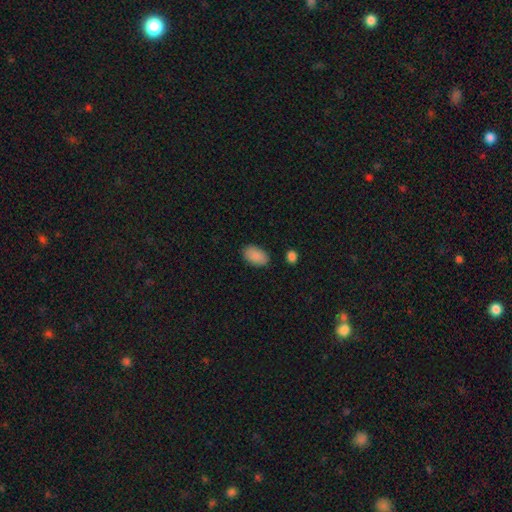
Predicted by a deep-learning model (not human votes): Morphology: type=smooth (90%); roundness=in between (93%); merging=none (85%).